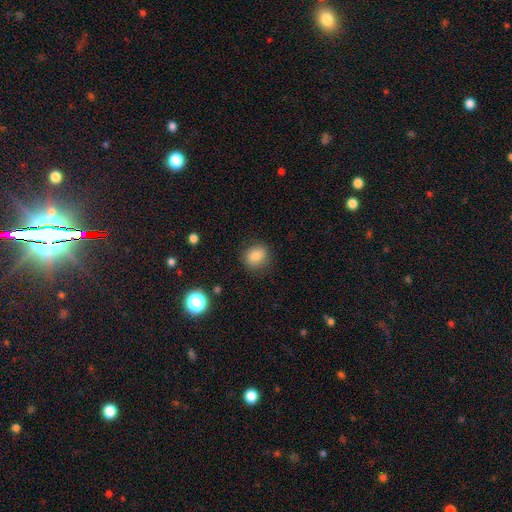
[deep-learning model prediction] Morphology: type=smooth (82%); roundness=round (71%); merging=none (83%).